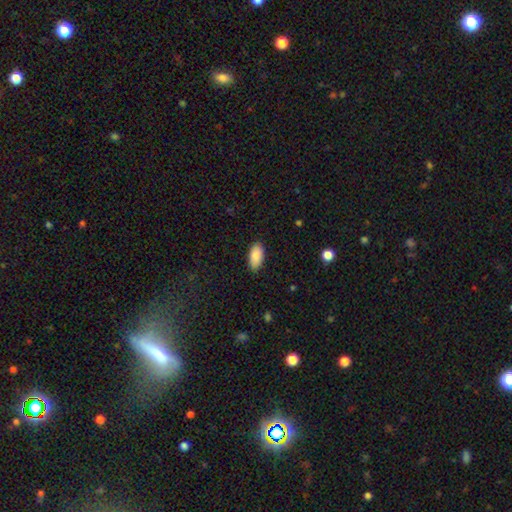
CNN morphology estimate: A smooth galaxy with no disk features (89%) that is in between round and cigar-shaped (93%).

Vote fractions:
- Smooth or featured? smooth: 89% / star or artifact: 6% / featured or disk: 5%
- How rounded? in between: 93% / cigar-shaped: 5% / round: 2%
- Merging? none: 87% / minor disturbance: 10% / major disturbance: 2% / merger: 1%